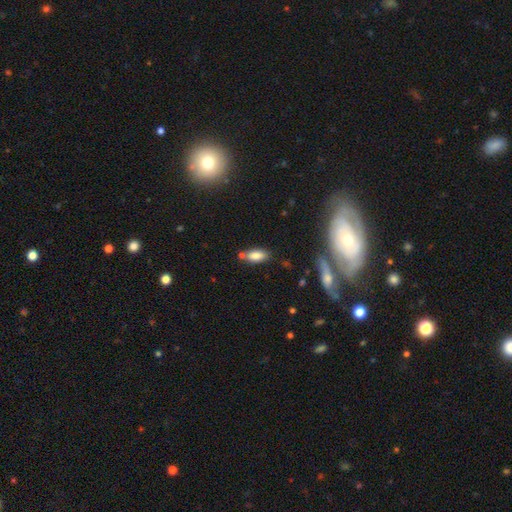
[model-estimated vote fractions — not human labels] This appears to be a smooth galaxy with no disk features (82%) that is in between round and cigar-shaped (85%). Merging: none (66%).